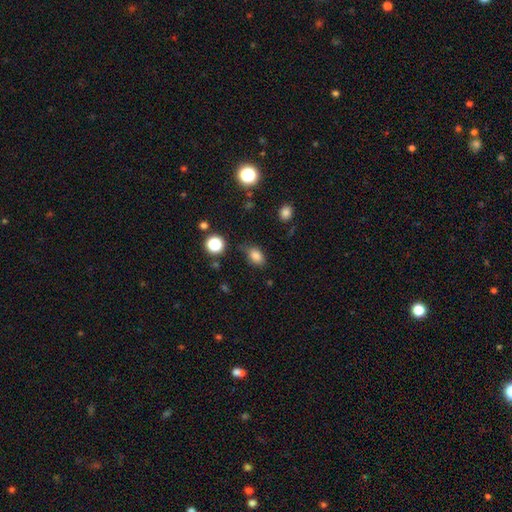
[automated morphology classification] Q: Smooth or featured?
A: smooth (82%); runner-up: star or artifact (12%)
Q: How rounded?
A: in between (80%); runner-up: round (18%)
Q: Merging?
A: none (72%); runner-up: minor disturbance (20%)